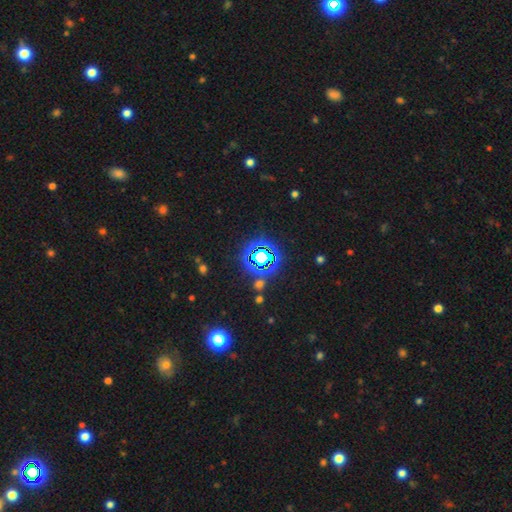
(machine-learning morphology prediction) This is likely a star or artifact rather than a galaxy (74%).